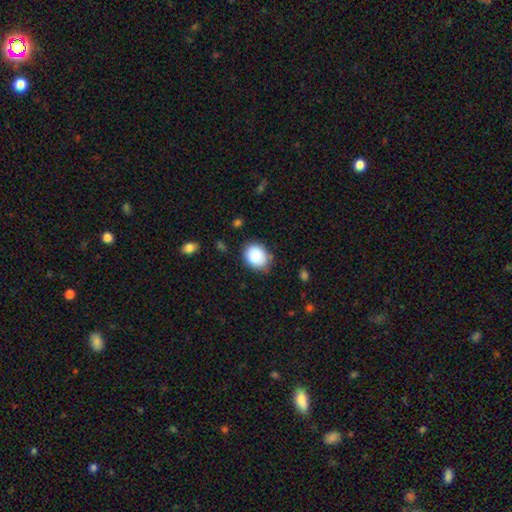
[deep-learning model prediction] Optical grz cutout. It shows a smooth galaxy with no disk features (86%) that is round (51%). Merging: none (79%).